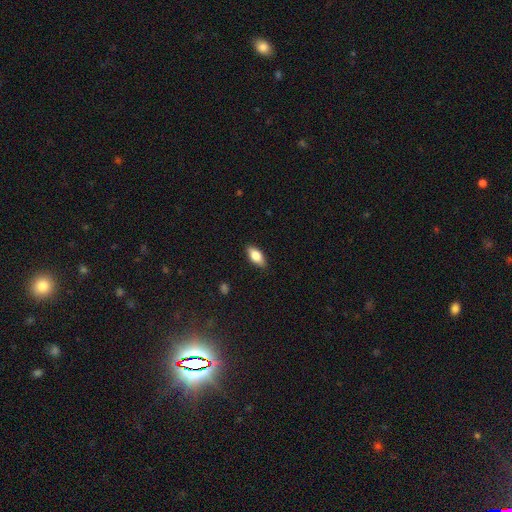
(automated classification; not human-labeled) This is likely a smooth galaxy (75%). How rounded: clearly in between (85%). Merging: clearly none (86%).